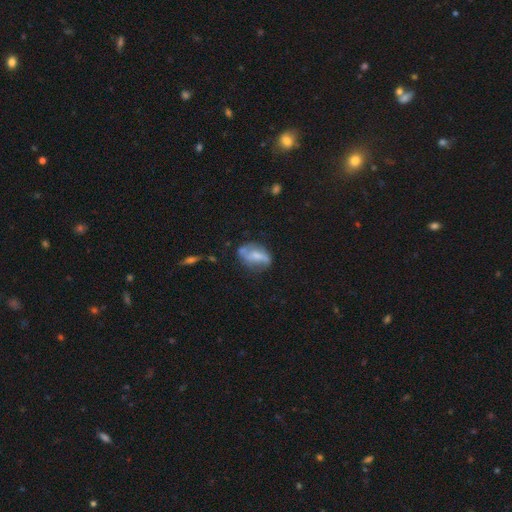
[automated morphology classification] Smooth or featured? featured or disk (50%)
Merging? none (50%)